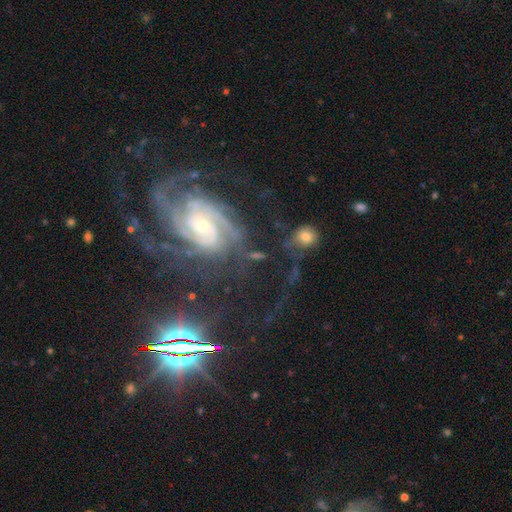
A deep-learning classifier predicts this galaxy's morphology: Smooth or featured? featured or disk (67%)
Edge-on disk? no (94%)
Bar? no (57%)
Spiral arms? yes (93%)
Spiral winding? tight (50%)
Spiral arm count? 2 (27%)
Bulge size? small (58%)
Merging? none (59%)